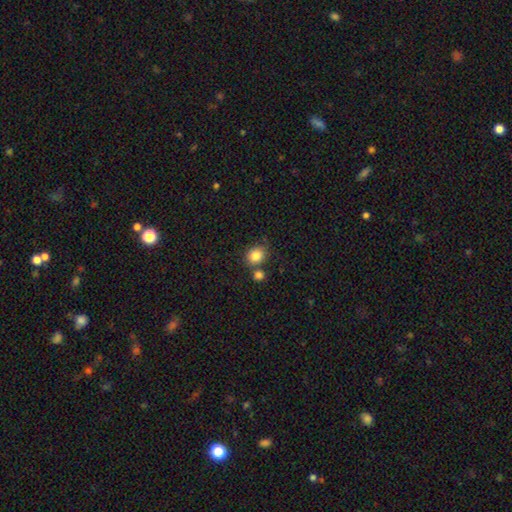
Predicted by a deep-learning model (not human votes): Smooth or featured?
  - smooth: 84% *
  - star or artifact: 10%
  - featured or disk: 6%
How rounded?
  - round: 74% *
  - in between: 25%
  - cigar-shaped: 1%
Merging?
  - none: 67% *
  - merger: 20%
  - minor disturbance: 10%
  - major disturbance: 3%